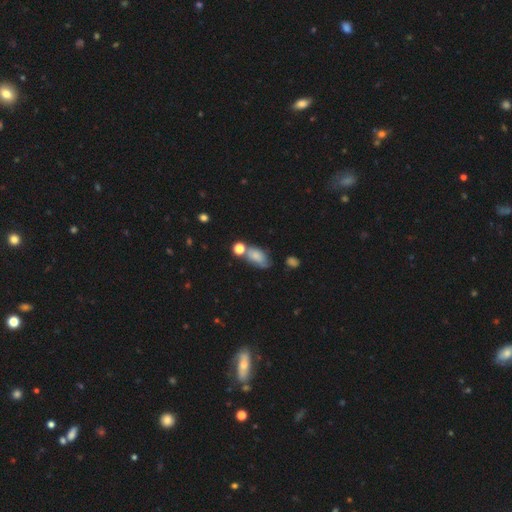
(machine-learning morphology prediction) The model was most divided on "merging": none: 46%, minor disturbance: 26%, merger: 18%, major disturbance: 10%. More confident: how rounded — in between (86%); smooth or featured — smooth (73%).